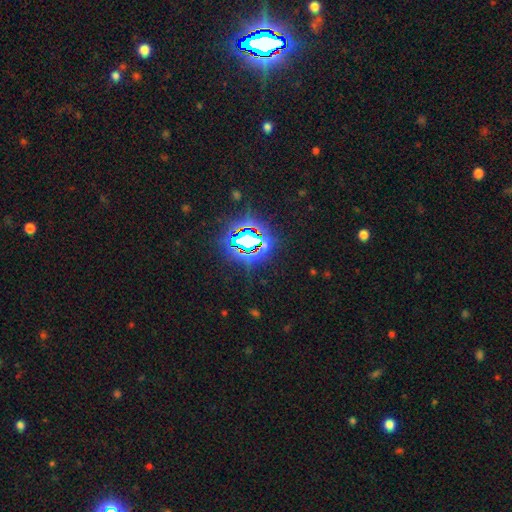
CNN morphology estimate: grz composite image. It shows a star or artifact, not a galaxy (85%).